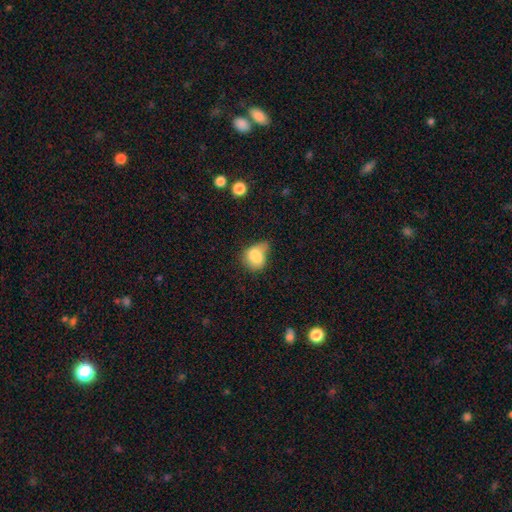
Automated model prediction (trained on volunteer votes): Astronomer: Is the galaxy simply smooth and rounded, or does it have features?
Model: smooth — 78%.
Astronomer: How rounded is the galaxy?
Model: in between — 54% (runner-up: round, 44%).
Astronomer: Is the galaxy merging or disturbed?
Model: minor disturbance — 36% (runner-up: none, 28%).